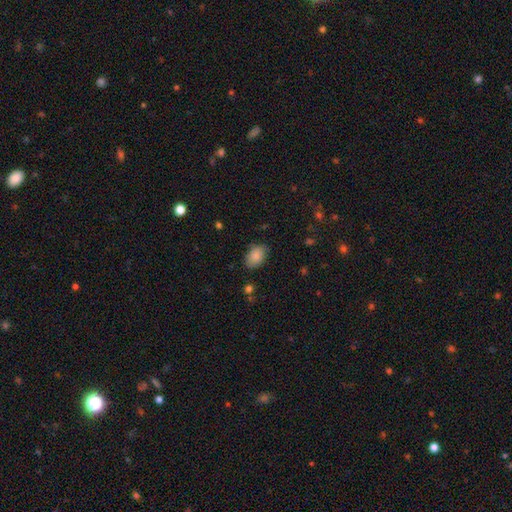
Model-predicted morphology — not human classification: smooth-or-featured: smooth: 86% | star or artifact: 7% | featured or disk: 7%
  how-rounded: in between: 84% | round: 14% | cigar-shaped: 1%
  merging: none: 80% | minor disturbance: 15% | major disturbance: 3% | merger: 1%